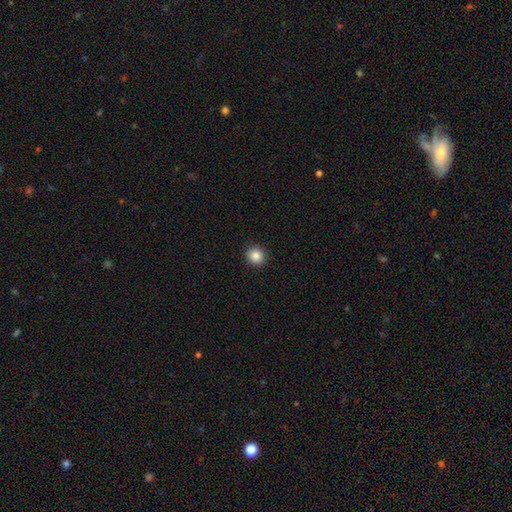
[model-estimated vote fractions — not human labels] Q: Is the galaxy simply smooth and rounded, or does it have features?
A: smooth — 86%.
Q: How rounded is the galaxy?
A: round — 90%.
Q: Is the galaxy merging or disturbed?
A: none — 92%.